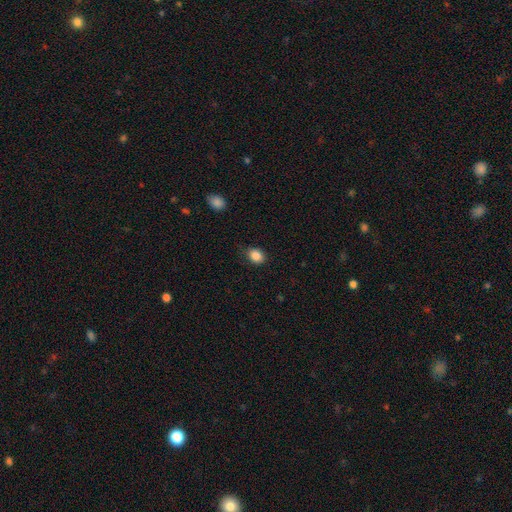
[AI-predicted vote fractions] This is clearly a smooth galaxy (87%). How rounded: possibly in between (55%). Merging: clearly none (80%).